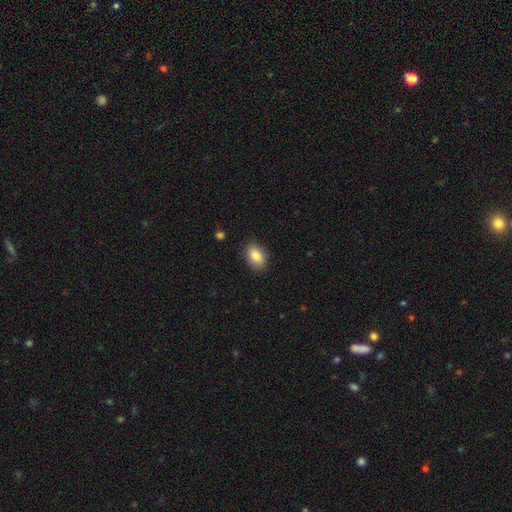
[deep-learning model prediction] Smooth or featured? smooth (85%)
How rounded? in between (85%)
Merging? none (86%)